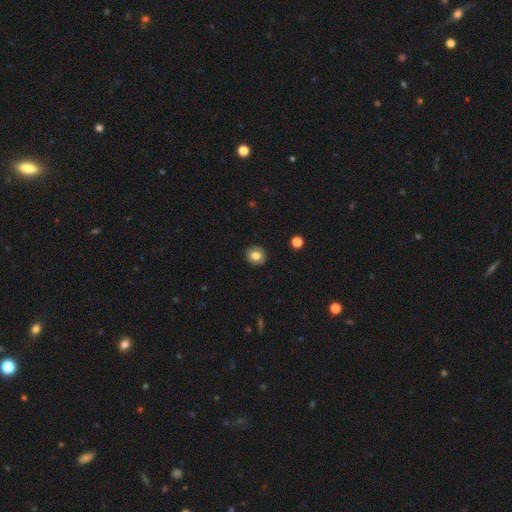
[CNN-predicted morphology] The model was most divided on "smooth or featured": smooth: 78%, featured or disk: 13%, star or artifact: 9%. More confident: merging — none (90%); how rounded — round (84%).